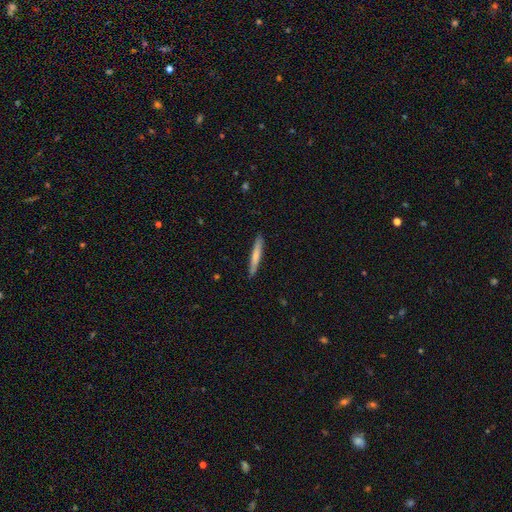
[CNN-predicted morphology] This is likely a smooth galaxy (68%). How rounded: clearly cigar-shaped (95%). Merging: clearly none (88%).